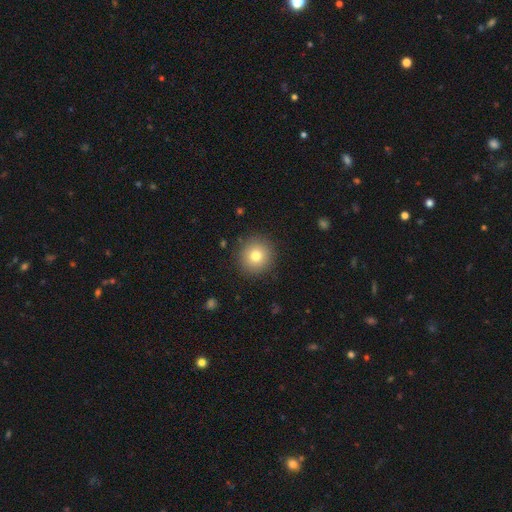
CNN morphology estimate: This appears to be a smooth galaxy with no disk features (78%) that is round (93%). Merging: none (90%).